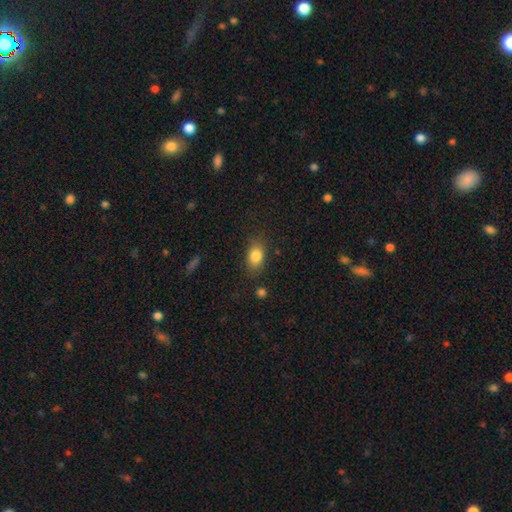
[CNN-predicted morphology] smooth 84%, star or artifact 9%, featured or disk 8%. Down the decision tree: how rounded — in between (80%); merging — none (78%).